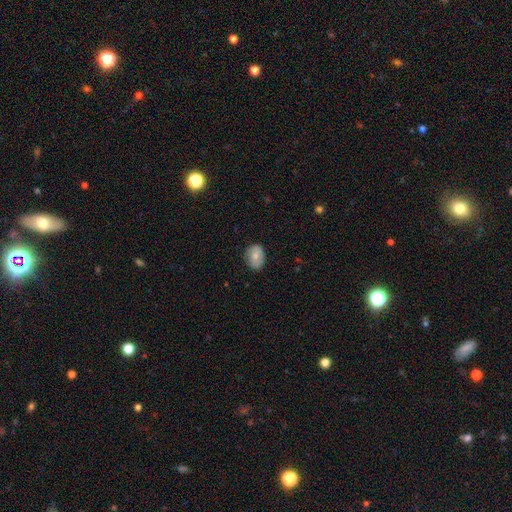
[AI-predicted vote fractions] Q: Smooth or featured?
A: smooth (69%); runner-up: featured or disk (24%)
Q: How rounded?
A: in between (64%); runner-up: round (35%)
Q: Merging?
A: none (83%); runner-up: minor disturbance (13%)